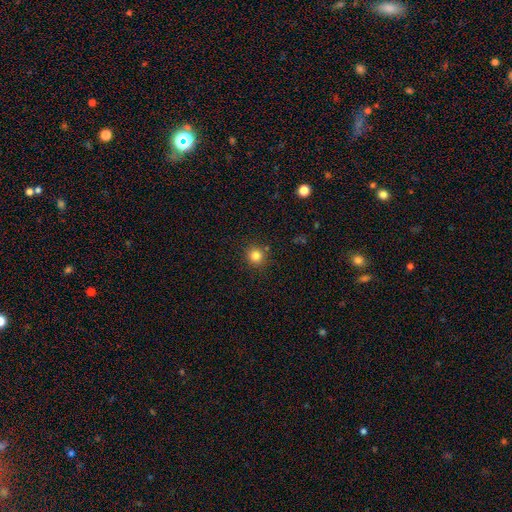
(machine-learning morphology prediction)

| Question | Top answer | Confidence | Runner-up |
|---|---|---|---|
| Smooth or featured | smooth | 82% | star or artifact (13%) |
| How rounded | round | 93% | in between (6%) |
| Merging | none | 86% | minor disturbance (8%) |